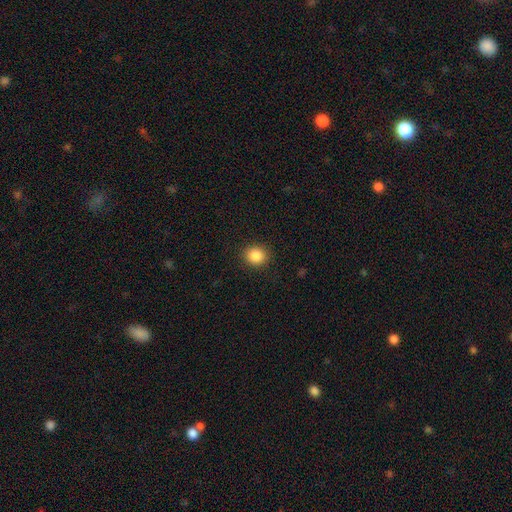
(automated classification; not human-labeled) Smooth or featured?
  - smooth: 86% *
  - star or artifact: 9%
  - featured or disk: 4%
How rounded?
  - round: 77% *
  - in between: 22%
  - cigar-shaped: 1%
Merging?
  - none: 90% *
  - minor disturbance: 7%
  - major disturbance: 2%
  - merger: 1%